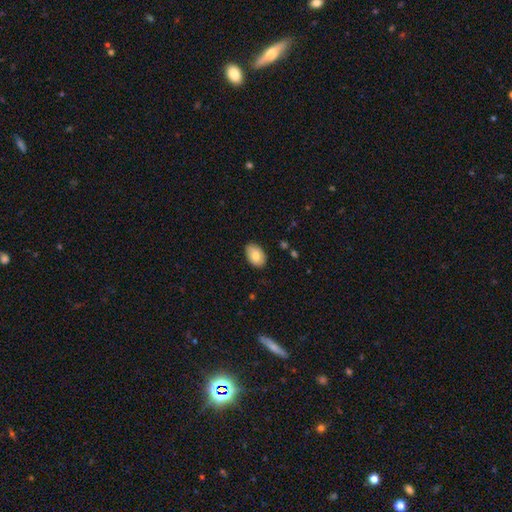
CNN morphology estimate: Smooth or featured? smooth (73%)
How rounded? in between (87%)
Merging? none (82%)